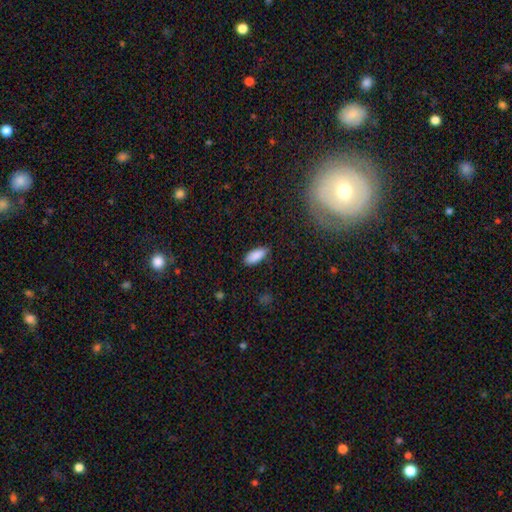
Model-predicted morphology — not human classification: The model was most divided on "how rounded": in between: 83%, cigar-shaped: 15%, round: 2%. More confident: smooth or featured — smooth (89%); merging — none (83%).